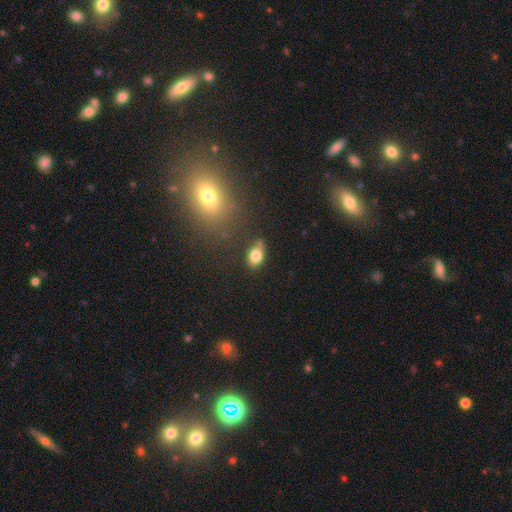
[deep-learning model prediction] smooth-or-featured: smooth: 81% | star or artifact: 9% | featured or disk: 9%
  how-rounded: in between: 86% | round: 12% | cigar-shaped: 2%
  merging: none: 68% | minor disturbance: 20% | merger: 7% | major disturbance: 5%